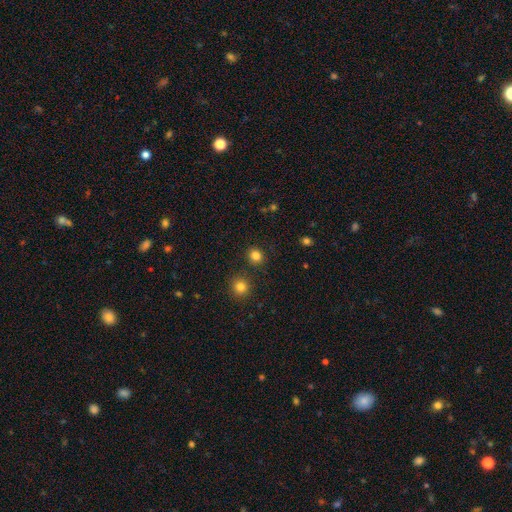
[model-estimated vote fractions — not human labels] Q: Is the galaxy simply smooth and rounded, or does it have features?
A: smooth — 82%.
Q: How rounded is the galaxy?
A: round — 86%.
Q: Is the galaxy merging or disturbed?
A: none — 89%.